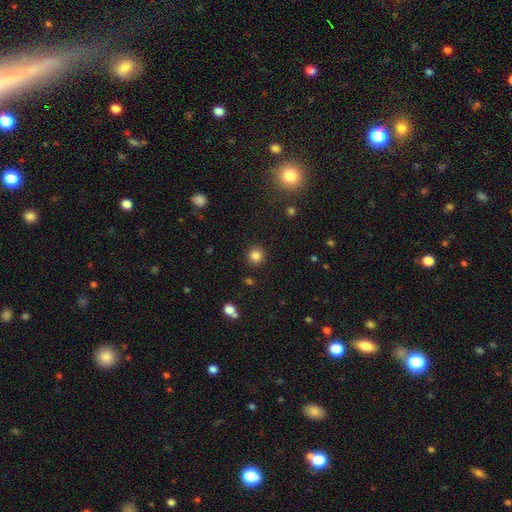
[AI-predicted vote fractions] Overall: smooth (84%). How rounded: round (92%). Merging: none (90%).